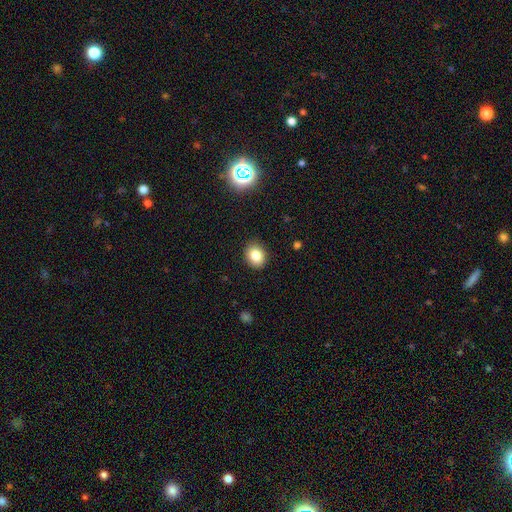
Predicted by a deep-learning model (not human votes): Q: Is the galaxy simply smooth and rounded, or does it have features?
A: smooth — 83%.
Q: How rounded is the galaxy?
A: round — 52%.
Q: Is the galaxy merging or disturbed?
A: none — 89%.